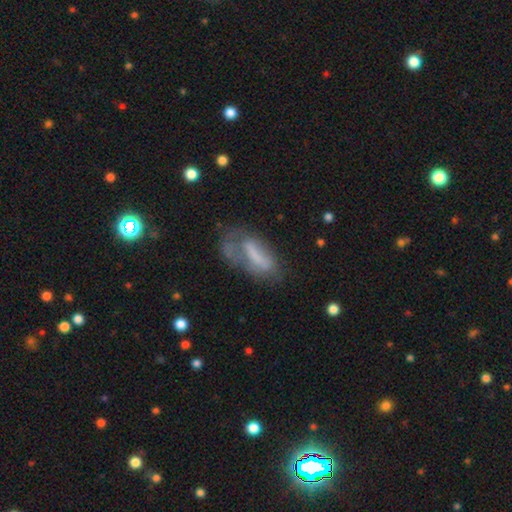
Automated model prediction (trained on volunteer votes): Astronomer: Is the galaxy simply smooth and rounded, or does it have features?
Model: smooth — 50% (runner-up: featured or disk, 39%).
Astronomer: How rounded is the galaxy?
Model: in between — 67%.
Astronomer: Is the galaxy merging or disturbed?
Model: none — 36% (runner-up: major disturbance, 31%).